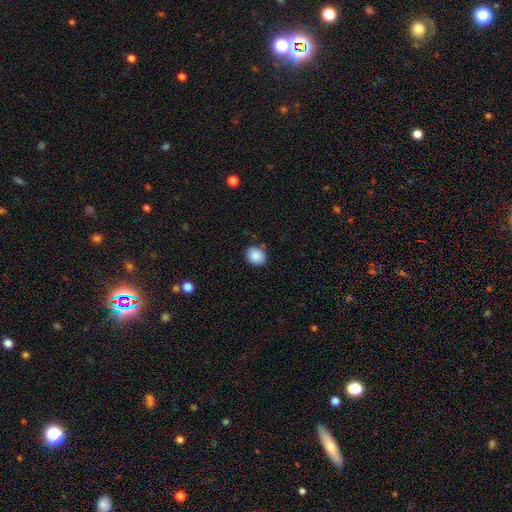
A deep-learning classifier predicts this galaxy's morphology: A smooth galaxy with no disk features (88%) that is round (68%). Merging: none (85%).